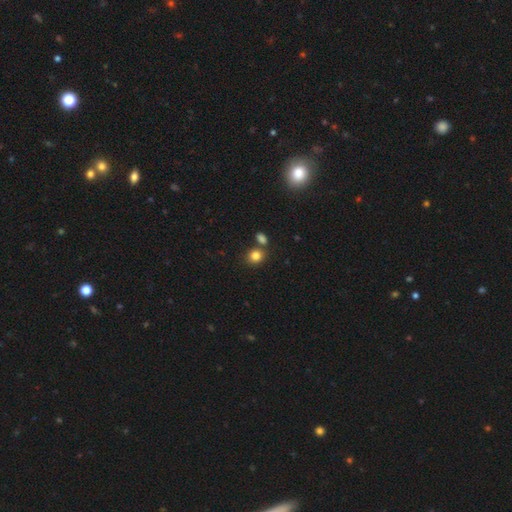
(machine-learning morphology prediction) Smooth or featured? Predicted: smooth (p=0.82). How rounded? Predicted: round (p=0.72). Merging? Predicted: none (p=0.69).